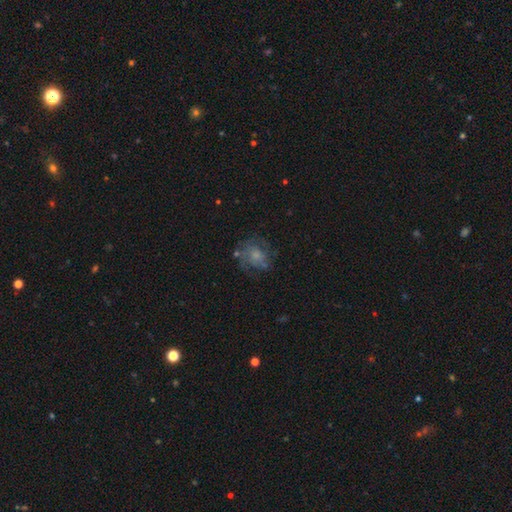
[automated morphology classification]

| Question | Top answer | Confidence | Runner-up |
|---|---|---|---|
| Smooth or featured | featured or disk | 46% | smooth (42%) |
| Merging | none | 55% | minor disturbance (22%) |